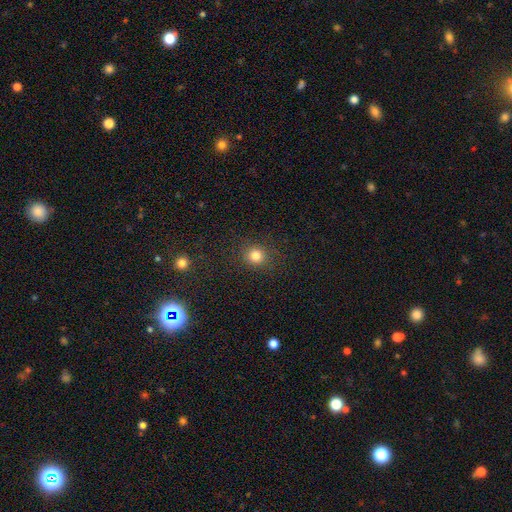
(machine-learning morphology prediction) Smooth or featured? smooth (81%)
How rounded? round (88%)
Merging? none (88%)